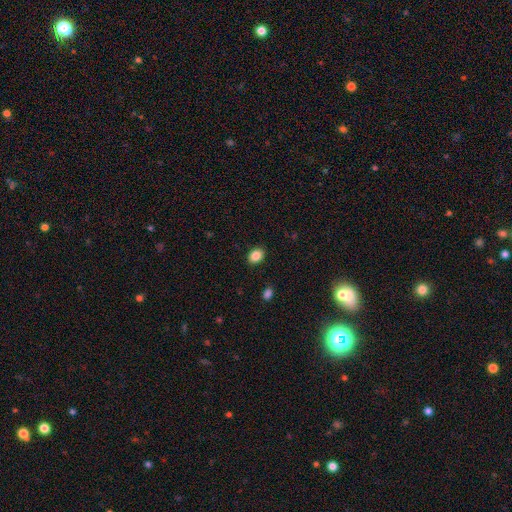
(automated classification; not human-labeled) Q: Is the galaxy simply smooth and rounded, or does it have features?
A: smooth — 87%.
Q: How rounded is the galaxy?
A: in between — 64%.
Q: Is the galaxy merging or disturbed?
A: none — 89%.